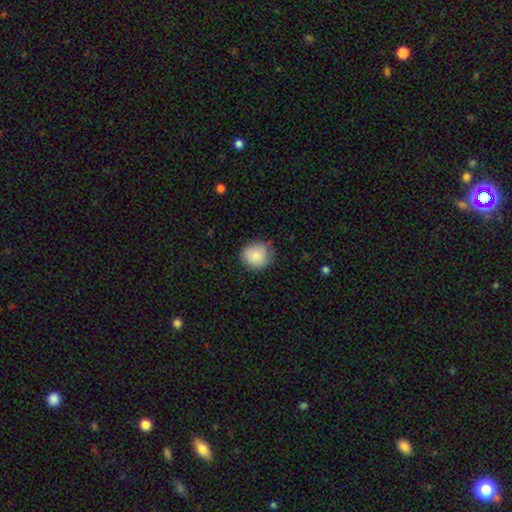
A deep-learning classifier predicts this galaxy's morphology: Smooth or featured?
  - smooth: 84% *
  - featured or disk: 9%
  - star or artifact: 7%
How rounded?
  - round: 89% *
  - in between: 10%
  - cigar-shaped: 1%
Merging?
  - none: 79% *
  - minor disturbance: 16%
  - major disturbance: 3%
  - merger: 1%